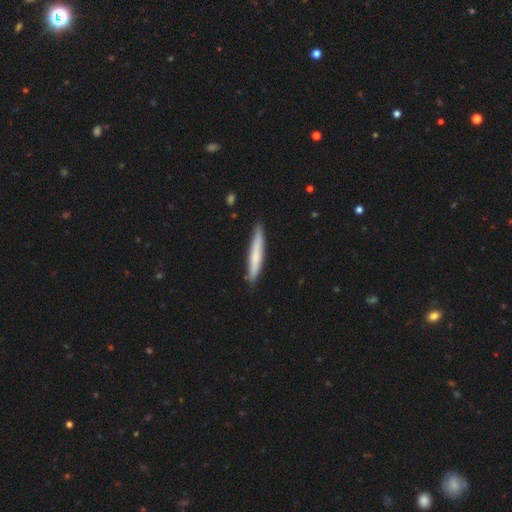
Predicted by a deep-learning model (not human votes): Smooth or featured?
  - smooth: 68% *
  - featured or disk: 27%
  - star or artifact: 5%
How rounded?
  - cigar-shaped: 95% *
  - in between: 4%
  - round: 1%
Merging?
  - none: 87% *
  - minor disturbance: 10%
  - major disturbance: 2%
  - merger: 1%